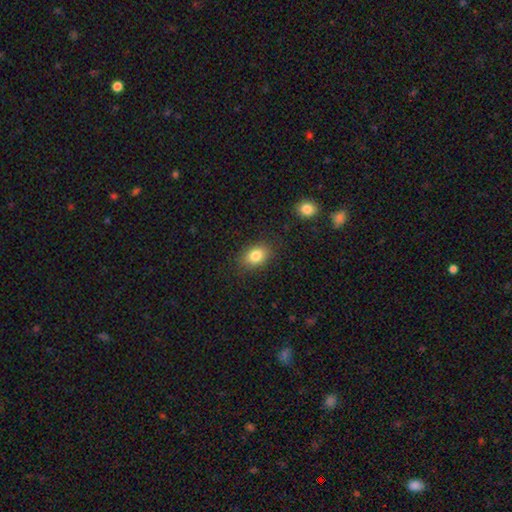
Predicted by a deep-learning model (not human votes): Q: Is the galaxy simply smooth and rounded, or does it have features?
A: smooth — 83%.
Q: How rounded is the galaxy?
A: in between — 73%.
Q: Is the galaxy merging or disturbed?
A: none — 85%.